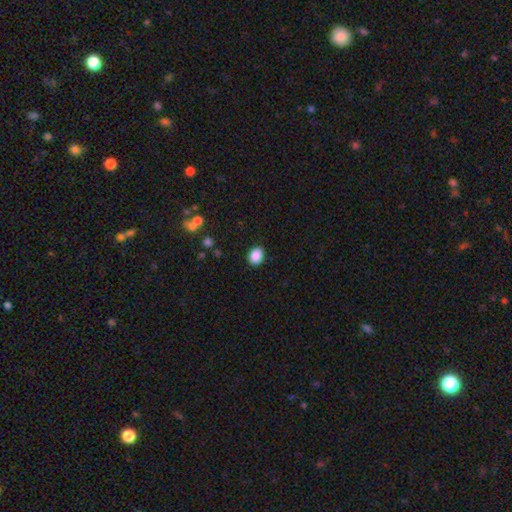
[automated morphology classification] Overall: smooth (88%). How rounded: in between (54%; round 45%). Merging: none (88%).